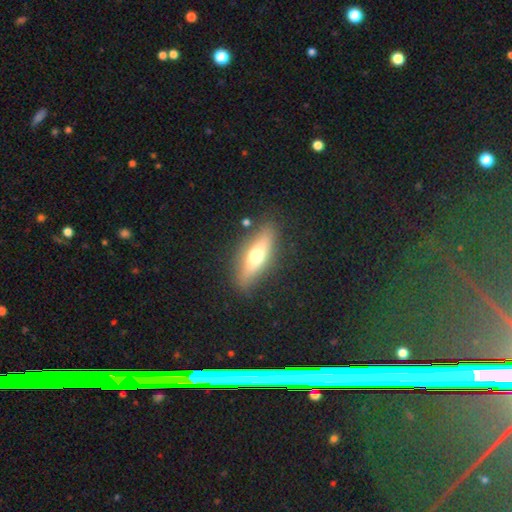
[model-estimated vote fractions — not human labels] The model was most divided on "how rounded": cigar-shaped: 51%, in between: 46%, round: 3%. More confident: merging — none (83%); smooth or featured — smooth (53%).